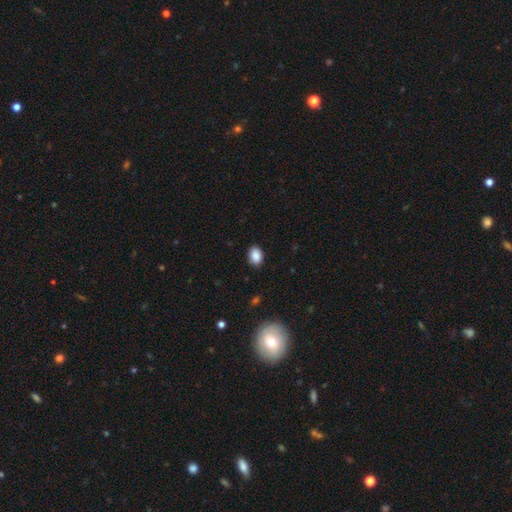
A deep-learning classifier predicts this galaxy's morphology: This appears to be a smooth galaxy with no disk features (88%) that is in between round and cigar-shaped (76%). Merging: none (85%).